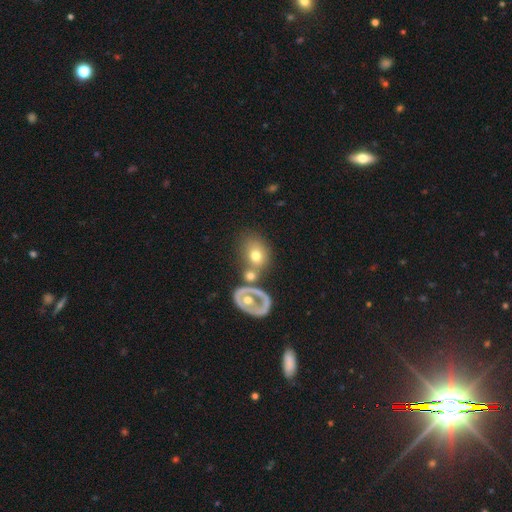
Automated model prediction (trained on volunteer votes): Smooth or featured? smooth (59%)
How rounded? in between (53%)
Merging? none (39%)